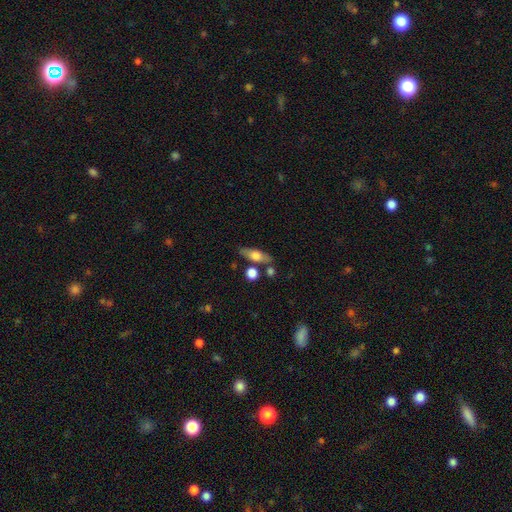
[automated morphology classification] Q: Smooth or featured?
A: smooth (59%); runner-up: featured or disk (33%)
Q: How rounded?
A: in between (57%); runner-up: cigar-shaped (35%)
Q: Merging?
A: none (73%); runner-up: minor disturbance (13%)